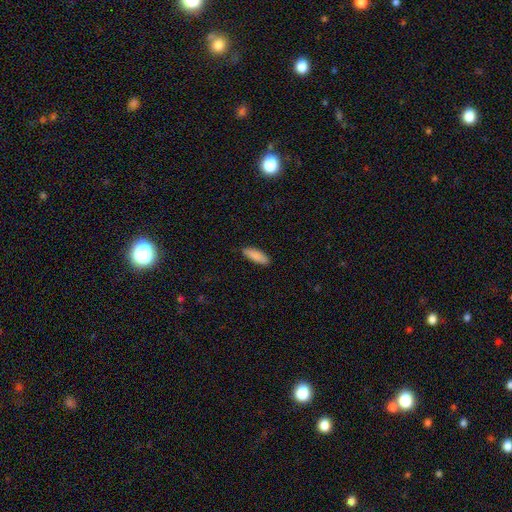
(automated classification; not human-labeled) Smooth or featured: smooth — 89% (star or artifact — 6%)
How rounded: in between — 61% (cigar-shaped — 37%)
Merging: none — 88% (minor disturbance — 9%)